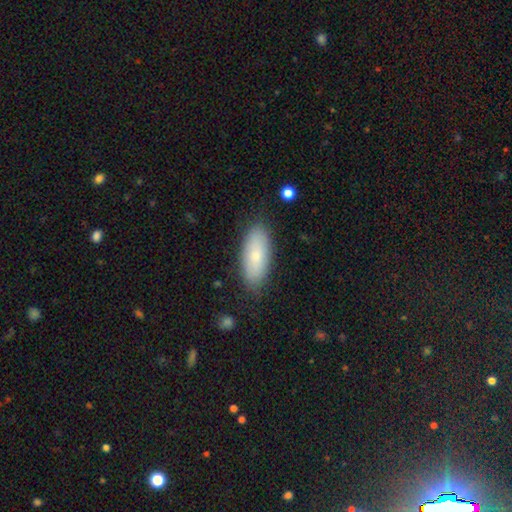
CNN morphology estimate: Smooth or featured?
  - smooth: 75% *
  - featured or disk: 19%
  - star or artifact: 6%
How rounded?
  - in between: 83% *
  - cigar-shaped: 14%
  - round: 2%
Merging?
  - none: 84% *
  - minor disturbance: 12%
  - major disturbance: 3%
  - merger: 1%